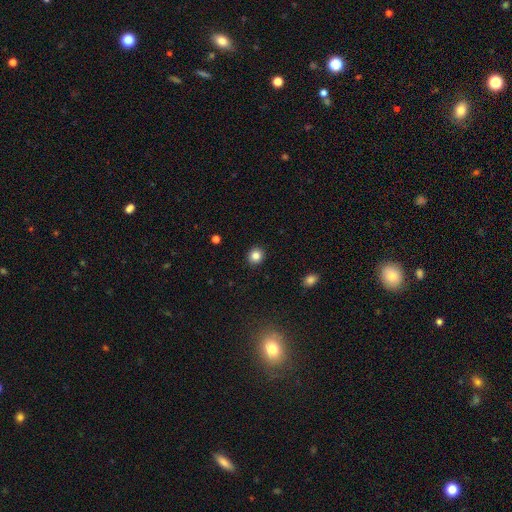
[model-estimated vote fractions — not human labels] Q: Smooth or featured?
A: smooth (84%); runner-up: star or artifact (11%)
Q: How rounded?
A: round (88%); runner-up: in between (11%)
Q: Merging?
A: none (92%); runner-up: minor disturbance (5%)